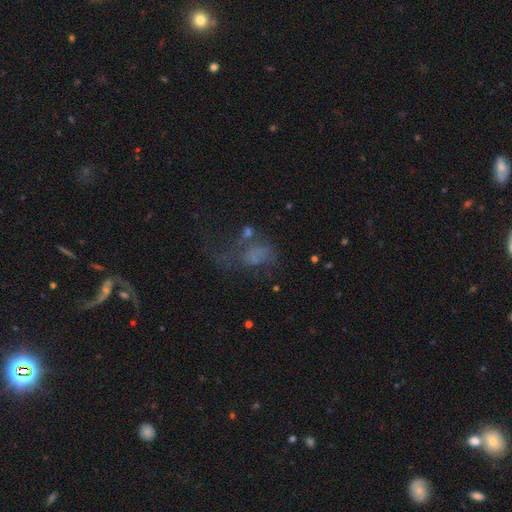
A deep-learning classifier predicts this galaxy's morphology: A smooth galaxy with no disk features (42%). Merging: major disturbance (46%).